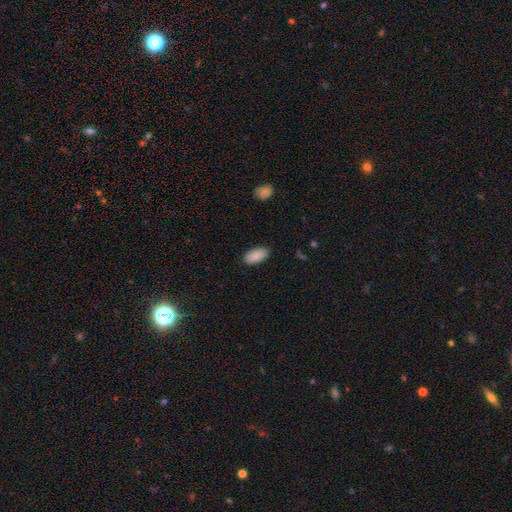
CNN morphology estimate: Smooth or featured: smooth — 90% (star or artifact — 7%)
How rounded: in between — 94% (cigar-shaped — 4%)
Merging: none — 86% (minor disturbance — 11%)